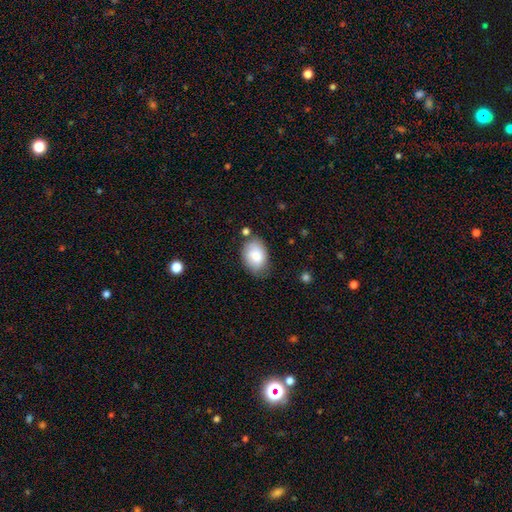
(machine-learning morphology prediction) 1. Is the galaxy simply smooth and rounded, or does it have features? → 82% smooth, 11% featured or disk, 7% star or artifact.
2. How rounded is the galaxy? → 84% in between, 15% round, 1% cigar-shaped.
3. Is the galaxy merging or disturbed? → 70% none, 21% minor disturbance, 5% major disturbance, 4% merger.